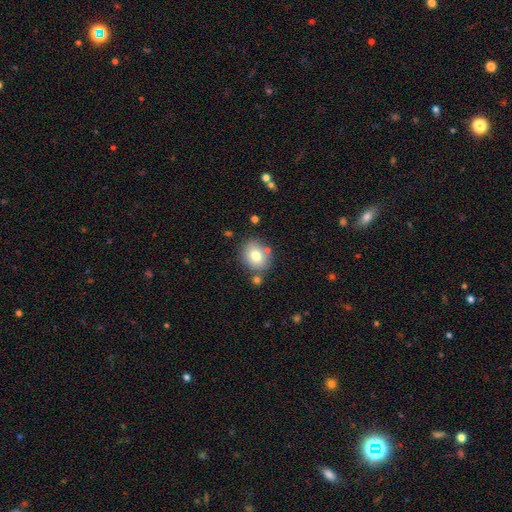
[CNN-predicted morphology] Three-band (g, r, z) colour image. It shows a smooth galaxy with no disk features (75%) that is round (63%). Merging: none (76%).